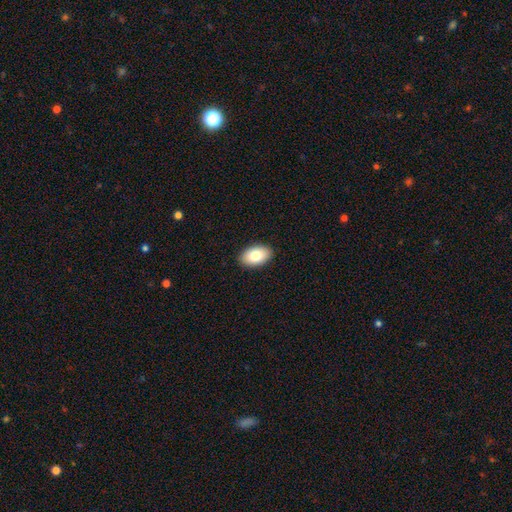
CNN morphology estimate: A smooth galaxy with no disk features (82%) that is in between round and cigar-shaped (93%). Merging: none (90%).